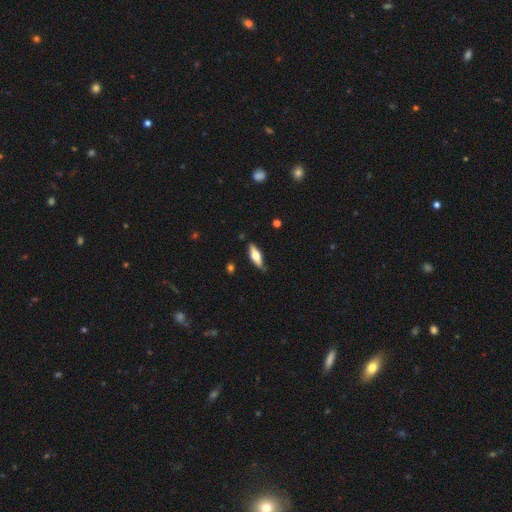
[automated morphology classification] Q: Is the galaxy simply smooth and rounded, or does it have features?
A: smooth — 48%.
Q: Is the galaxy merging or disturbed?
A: none — 83%.